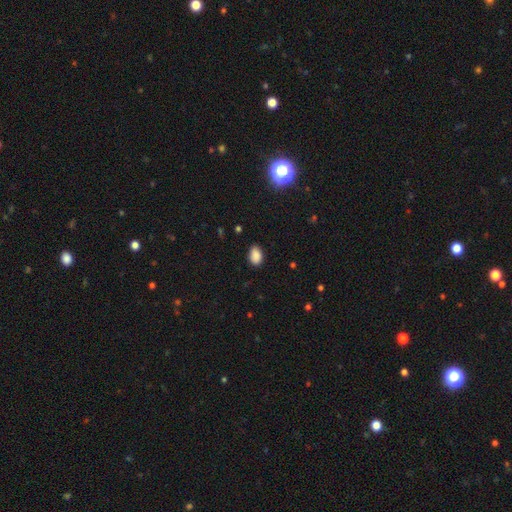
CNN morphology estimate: A smooth galaxy with no disk features (88%) that is in between round and cigar-shaped (87%). Merging: none (83%).